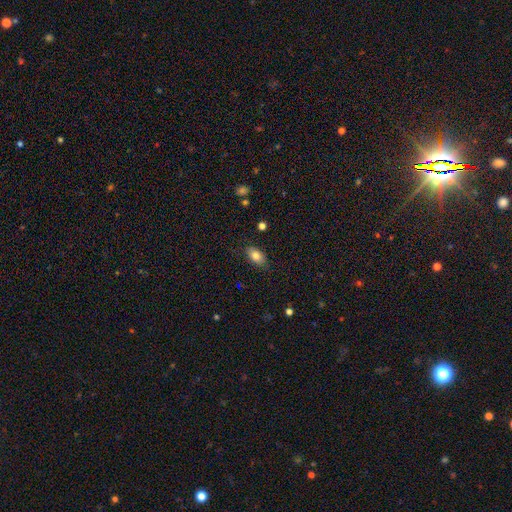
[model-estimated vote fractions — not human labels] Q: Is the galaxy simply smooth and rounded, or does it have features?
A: smooth — 80%.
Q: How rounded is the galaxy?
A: in between — 89%.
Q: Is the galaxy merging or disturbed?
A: none — 83%.